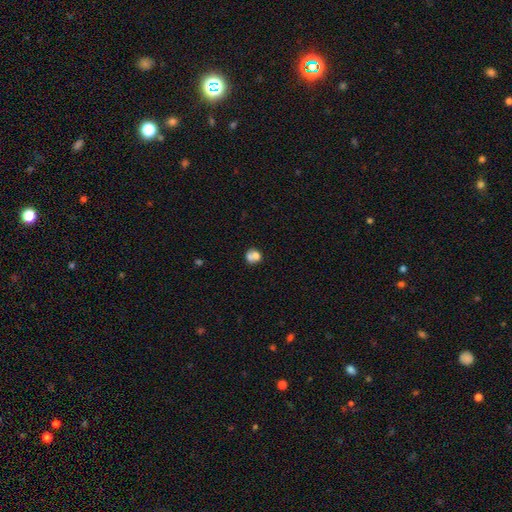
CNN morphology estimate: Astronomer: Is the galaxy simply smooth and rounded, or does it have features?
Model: smooth — 69%.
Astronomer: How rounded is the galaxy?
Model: round — 72%.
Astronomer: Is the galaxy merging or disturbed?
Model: merger — 53% (runner-up: none, 33%).